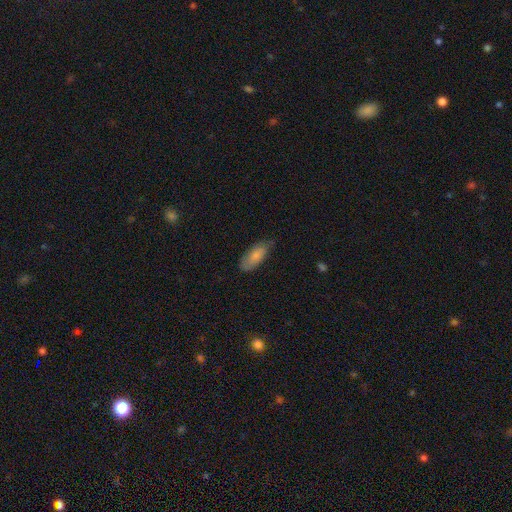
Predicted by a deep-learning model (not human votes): Smooth or featured: smooth — 81% (featured or disk — 13%)
How rounded: in between — 82% (cigar-shaped — 16%)
Merging: none — 70% (minor disturbance — 24%)